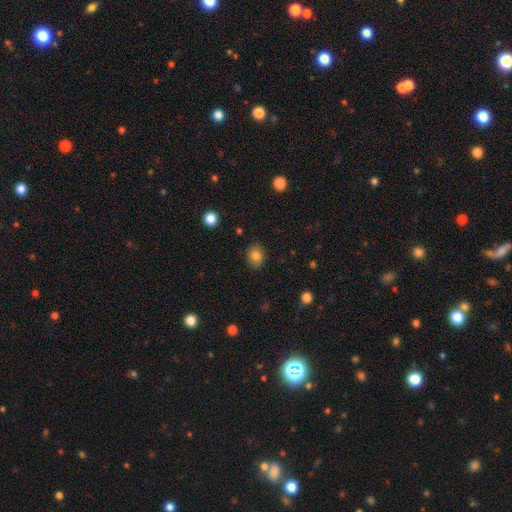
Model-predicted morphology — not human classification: smooth_or_featured: smooth (p=0.83) [alt: star or artifact p=0.10]
how_rounded: round (p=0.58) [alt: in between p=0.41]
merging: none (p=0.87) [alt: minor disturbance p=0.09]